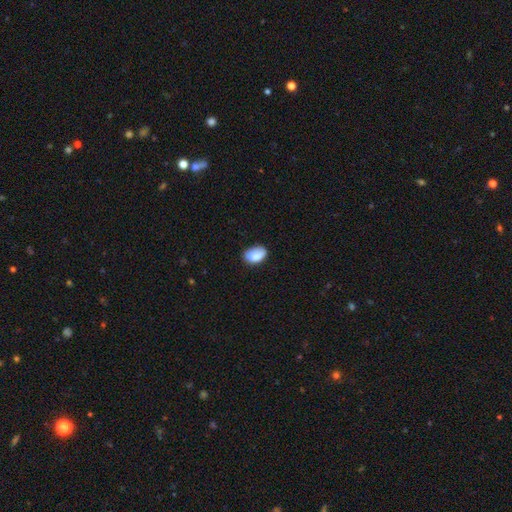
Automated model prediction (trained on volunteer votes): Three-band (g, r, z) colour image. It shows a smooth galaxy with no disk features (85%) that is in between round and cigar-shaped (88%). Merging: none (69%).